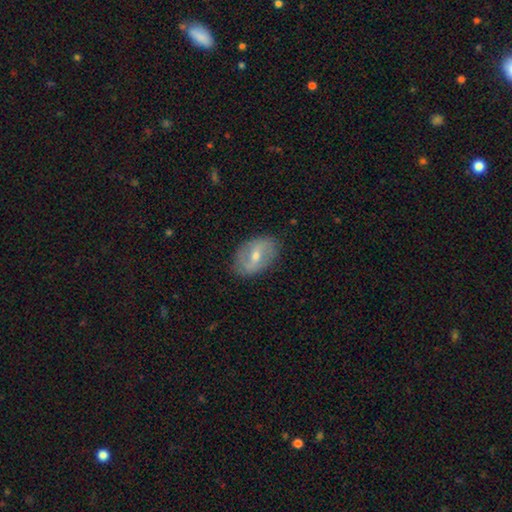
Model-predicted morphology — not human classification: smooth-or-featured: featured or disk: 60% | smooth: 33% | star or artifact: 7%
  disk-edge-on: no: 92% | yes: 8%
    bar: weak: 44% | strong: 39% | no: 17%
    has-spiral-arms: yes: 55% | no: 45%
    bulge-size: moderate: 56% | small: 40% | large: 2% | none: 1% | dominant: 1%
  merging: none: 83% | minor disturbance: 13% | major disturbance: 3% | merger: 1%